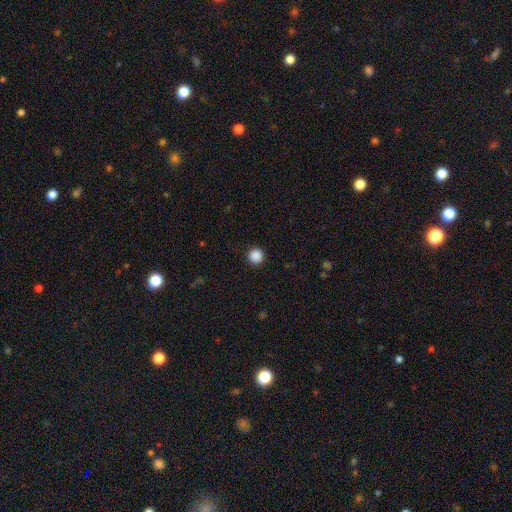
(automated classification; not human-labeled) Overall: smooth (88%). How rounded: round (96%). Merging: none (93%).